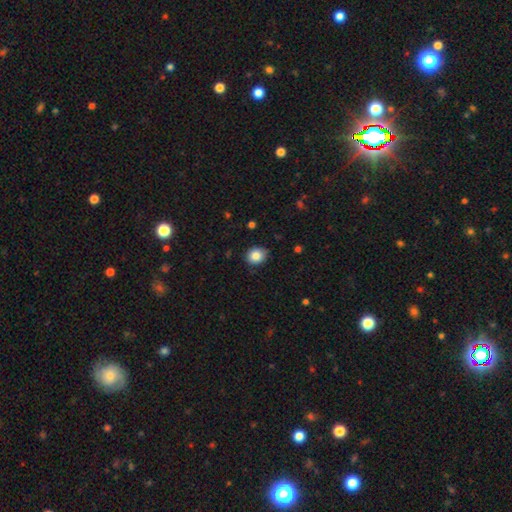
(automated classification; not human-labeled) This appears to be a smooth galaxy with no disk features (86%) that is round (69%). Merging: none (83%).